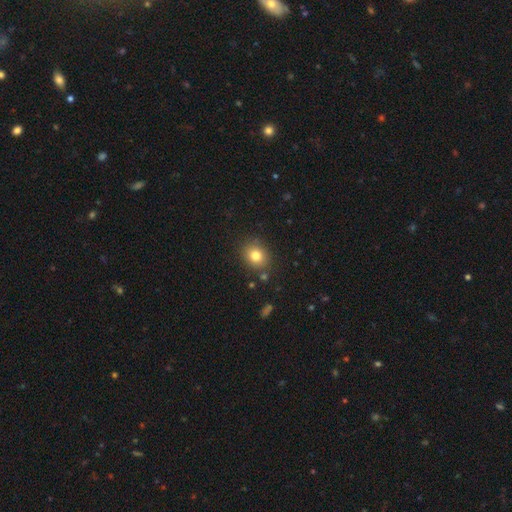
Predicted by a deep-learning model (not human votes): This appears to be a smooth galaxy with no disk features (80%) that is round (67%). Merging: none (84%).